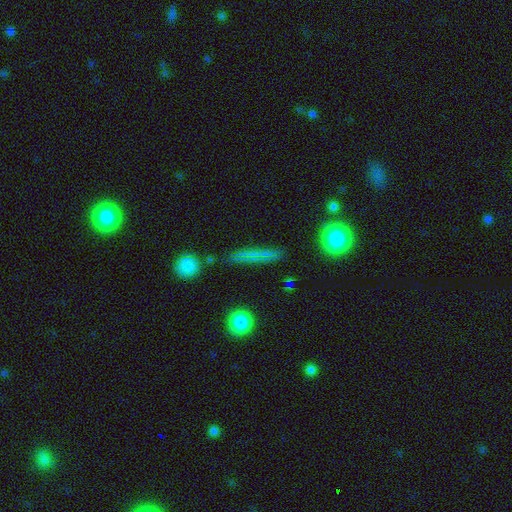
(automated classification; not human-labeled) Smooth or featured: smooth — 57% (featured or disk — 28%)
How rounded: cigar-shaped — 83% (in between — 9%)
Merging: none — 77% (minor disturbance — 14%)